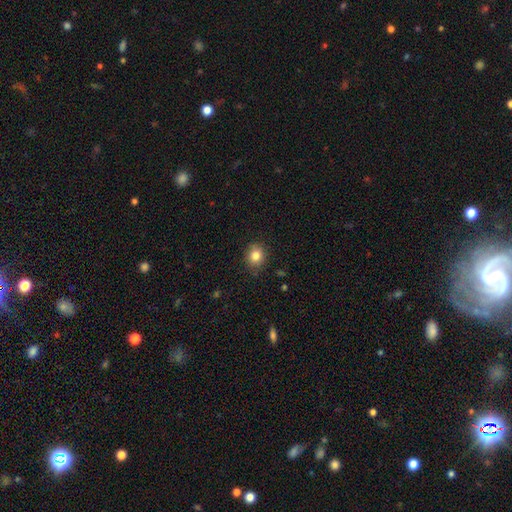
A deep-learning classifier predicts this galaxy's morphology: Smooth or featured? smooth (83%)
How rounded? round (76%)
Merging? none (88%)